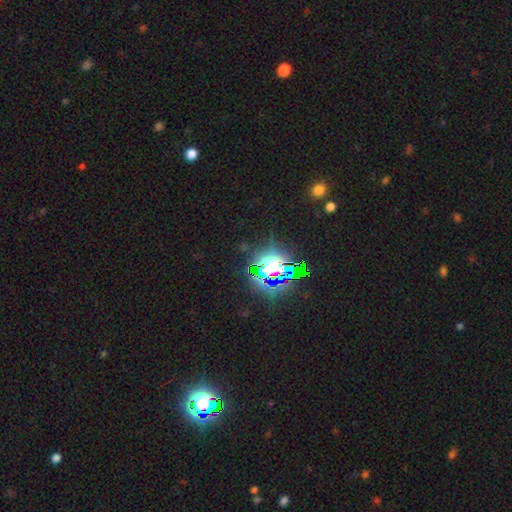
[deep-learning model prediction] This appears to be a star or artifact, not a galaxy (81%).